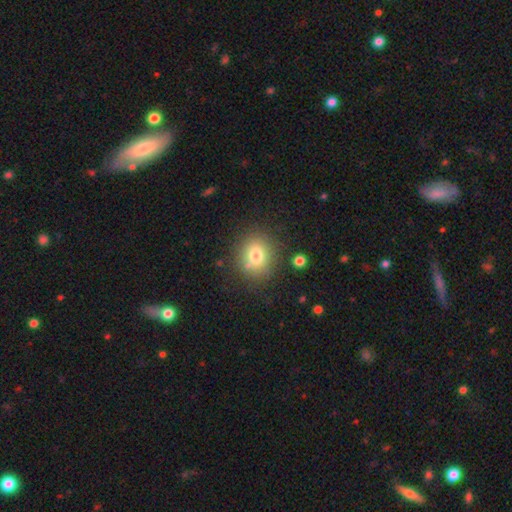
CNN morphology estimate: A smooth galaxy with no disk features (76%) that is round (77%). Merging: none (79%).